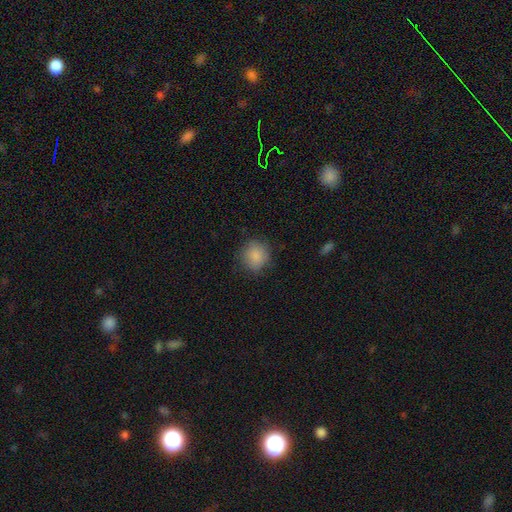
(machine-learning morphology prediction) Q: Smooth or featured?
A: smooth (87%); runner-up: star or artifact (8%)
Q: How rounded?
A: round (85%); runner-up: in between (14%)
Q: Merging?
A: none (82%); runner-up: minor disturbance (13%)